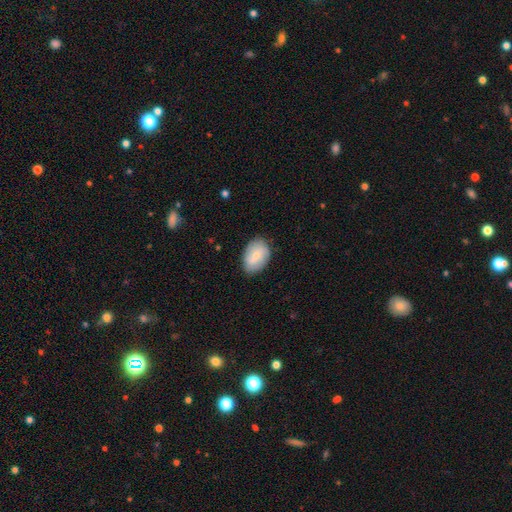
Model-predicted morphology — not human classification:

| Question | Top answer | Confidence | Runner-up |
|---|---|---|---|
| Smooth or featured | smooth | 69% | featured or disk (24%) |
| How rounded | in between | 86% | round (13%) |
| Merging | none | 80% | minor disturbance (15%) |